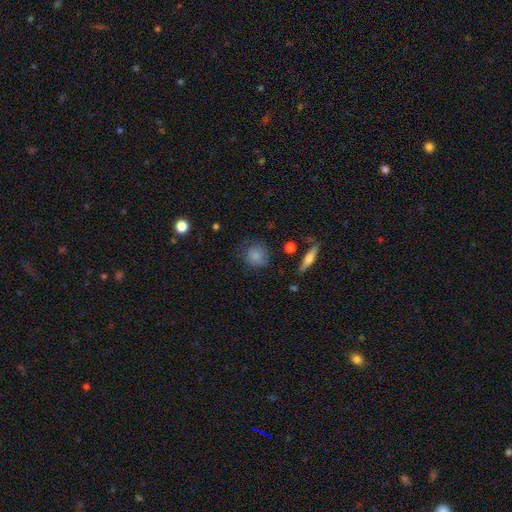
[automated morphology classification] This appears to be a smooth galaxy with no disk features (80%) that is round (81%). Merging: none (72%).